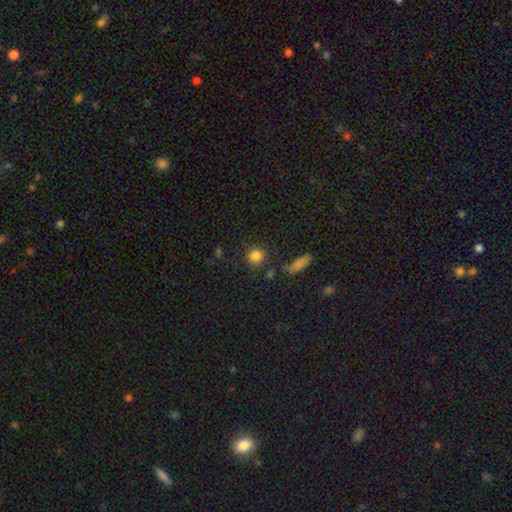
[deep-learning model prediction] Overall: smooth (83%). How rounded: round (89%). Merging: none (79%).